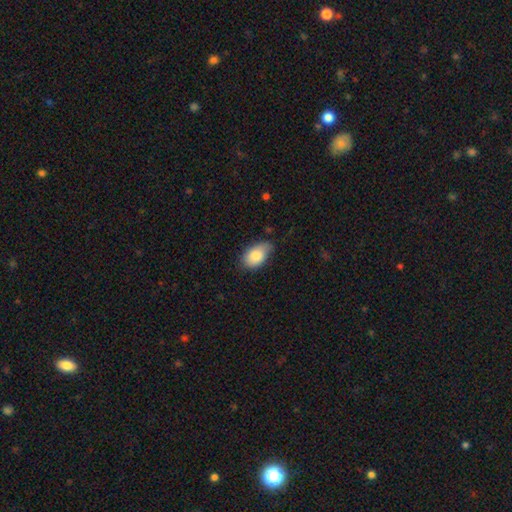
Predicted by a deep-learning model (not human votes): Morphology: type=smooth (83%); roundness=in between (90%); merging=none (57%).